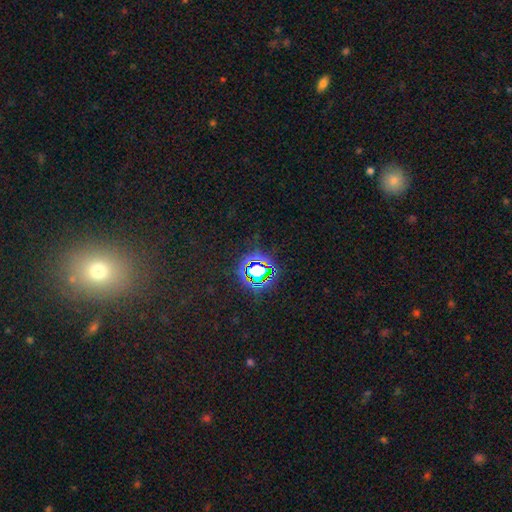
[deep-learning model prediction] Q: Smooth or featured?
A: star or artifact (76%); runner-up: smooth (15%)